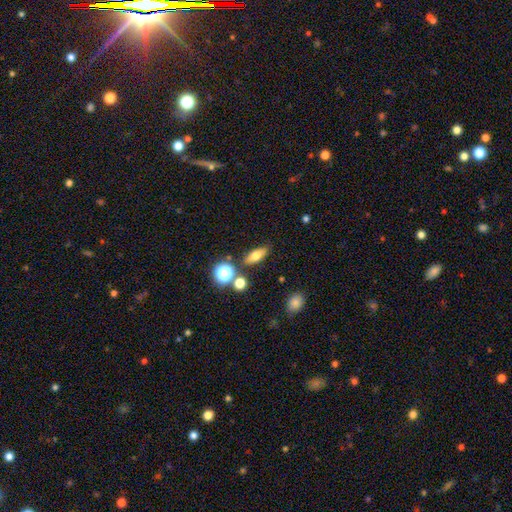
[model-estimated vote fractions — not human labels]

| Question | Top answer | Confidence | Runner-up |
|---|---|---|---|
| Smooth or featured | smooth | 65% | featured or disk (22%) |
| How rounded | in between | 63% | cigar-shaped (25%) |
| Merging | none | 79% | minor disturbance (11%) |